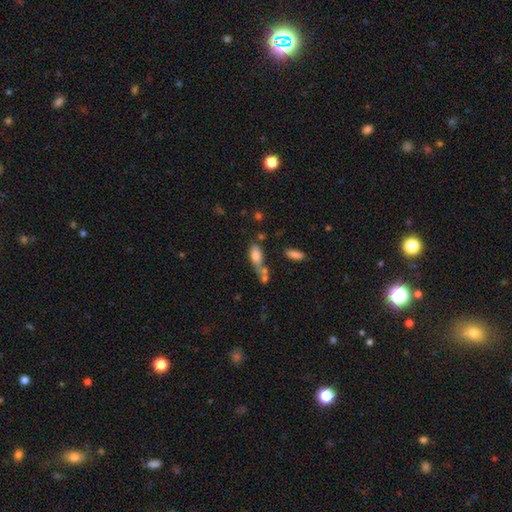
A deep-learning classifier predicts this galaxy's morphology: Smooth or featured? Predicted: smooth (p=0.75). How rounded? Predicted: in between (p=0.77). Merging? Predicted: merger (p=0.40).